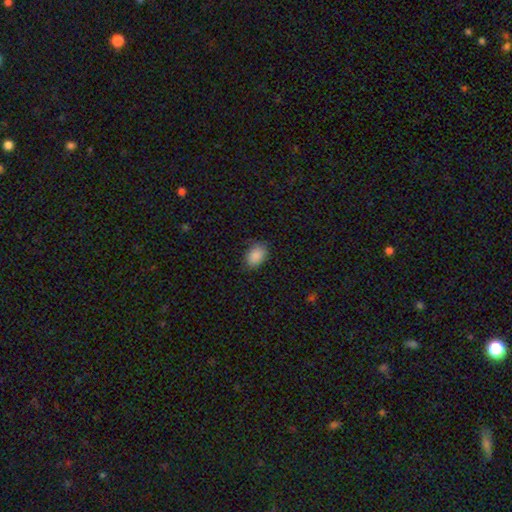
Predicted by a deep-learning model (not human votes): A smooth galaxy with no disk features (88%) that is in between round and cigar-shaped (84%).

Vote fractions:
- Smooth or featured? smooth: 88% / star or artifact: 7% / featured or disk: 4%
- How rounded? in between: 84% / round: 15% / cigar-shaped: 1%
- Merging? none: 80% / minor disturbance: 15% / major disturbance: 3% / merger: 1%